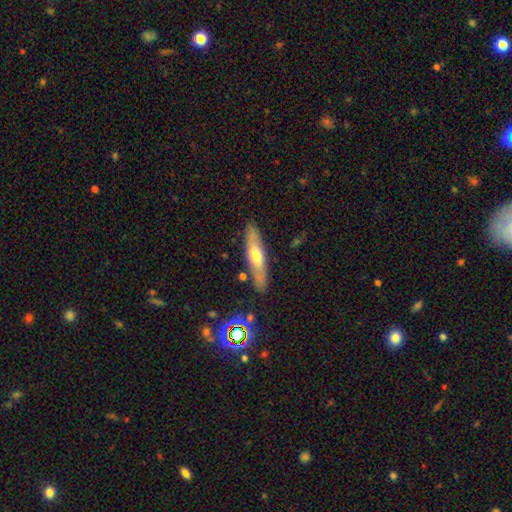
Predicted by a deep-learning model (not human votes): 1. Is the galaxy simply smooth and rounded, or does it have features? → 50% smooth, 44% featured or disk, 6% star or artifact.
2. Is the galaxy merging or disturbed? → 83% none, 11% minor disturbance, 3% merger, 2% major disturbance.